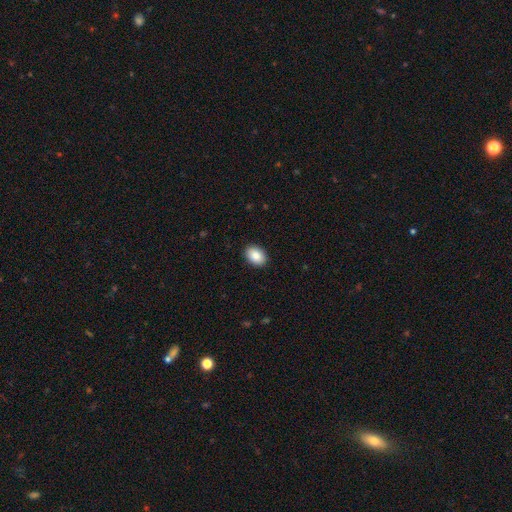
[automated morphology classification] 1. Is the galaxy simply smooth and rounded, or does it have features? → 88% smooth, 7% star or artifact, 5% featured or disk.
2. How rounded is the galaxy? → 82% in between, 17% round, 1% cigar-shaped.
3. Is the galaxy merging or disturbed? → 90% none, 7% minor disturbance, 2% major disturbance, 1% merger.